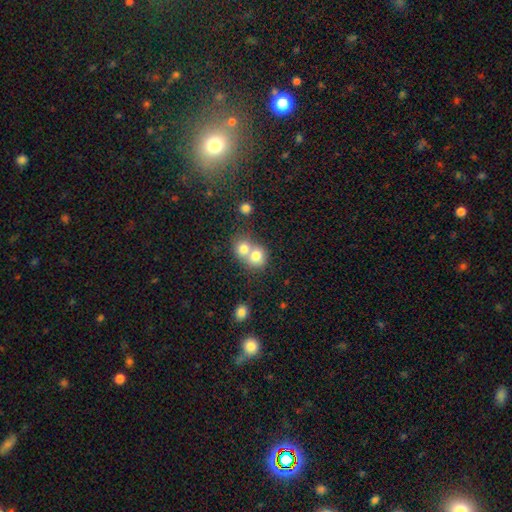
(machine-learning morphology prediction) type=smooth (75%); roundness=round (74%); merging=merger (68%).